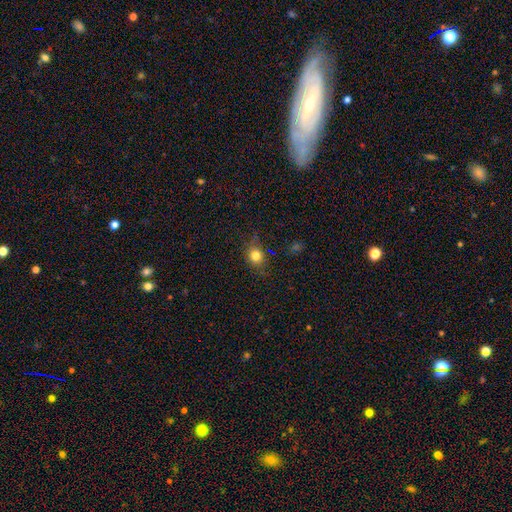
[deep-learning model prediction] This appears to be a smooth galaxy with no disk features (80%) that is round (75%). Merging: none (78%).